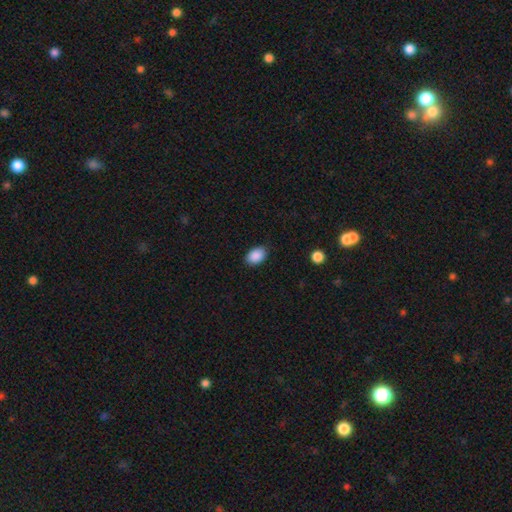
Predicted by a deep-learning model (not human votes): Smooth or featured? smooth (89%)
How rounded? in between (85%)
Merging? none (85%)